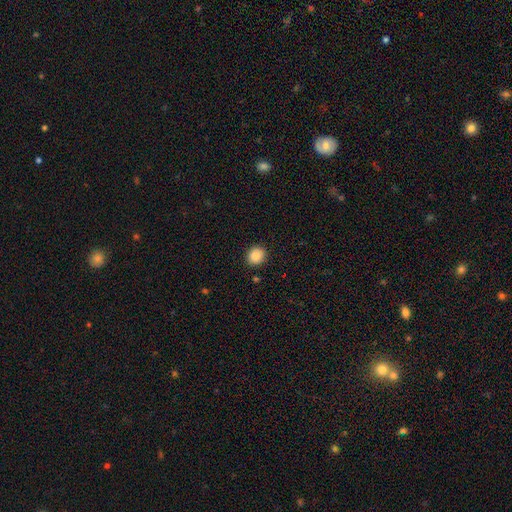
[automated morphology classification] The model was most divided on "how rounded": round: 80%, in between: 19%, cigar-shaped: 1%. More confident: merging — none (90%); smooth or featured — smooth (86%).